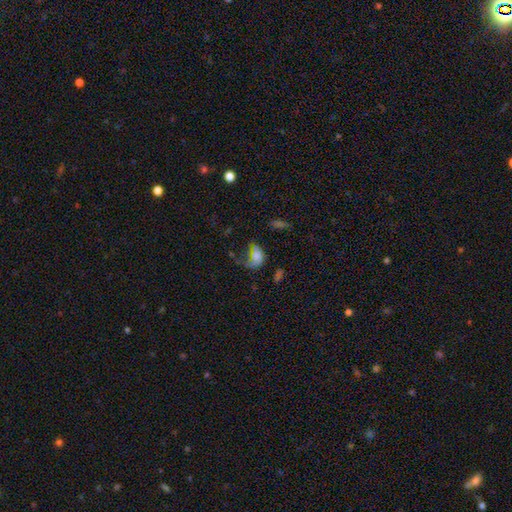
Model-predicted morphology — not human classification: type=smooth (57%); roundness=in between (76%); merging=major disturbance (49%).